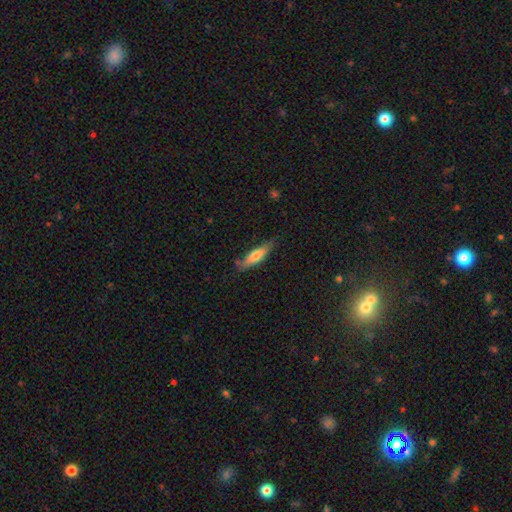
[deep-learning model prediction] Smooth or featured?
  - smooth: 63% *
  - featured or disk: 31%
  - star or artifact: 6%
How rounded?
  - cigar-shaped: 67% *
  - in between: 31%
  - round: 2%
Merging?
  - none: 74% *
  - minor disturbance: 20%
  - major disturbance: 4%
  - merger: 2%